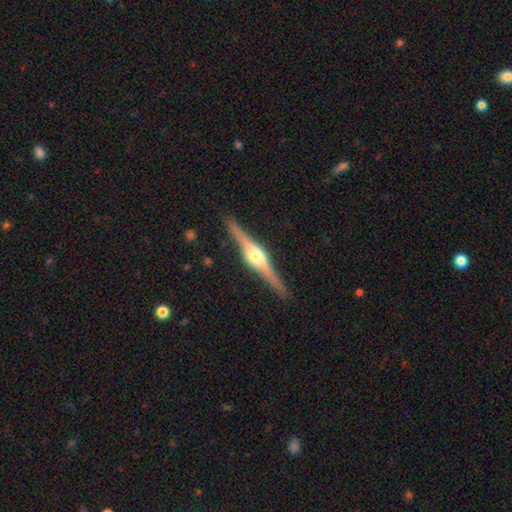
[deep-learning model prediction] smooth_or_featured: featured or disk (p=0.86) [alt: smooth p=0.09]
disk_edge_on: yes (p=0.98) [alt: no p=0.02]
edge_on_bulge: rounded (p=0.89) [alt: boxy p=0.09]
merging: none (p=0.90) [alt: minor disturbance p=0.07]